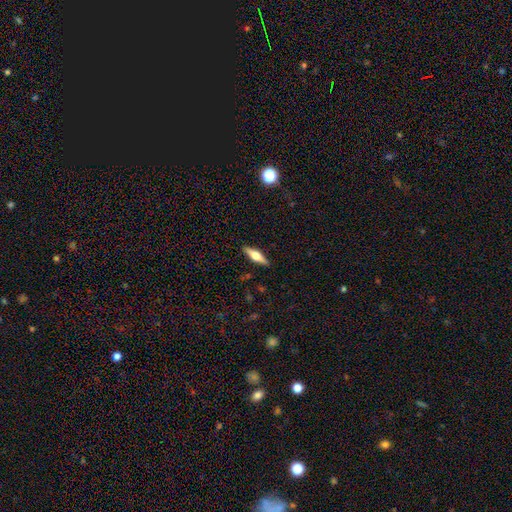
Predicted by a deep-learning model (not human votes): A featured or disk galaxy (58%) viewed edge-on (95%) with a rounded central bulge (93%). Merging: none (90%).